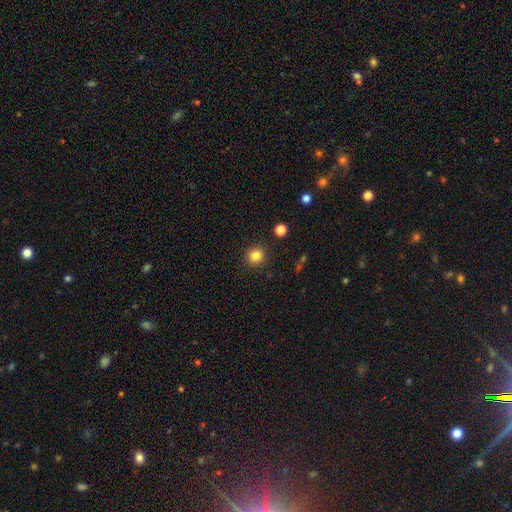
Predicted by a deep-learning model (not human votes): smooth-or-featured: smooth: 84% | star or artifact: 11% | featured or disk: 5%
  how-rounded: round: 91% | in between: 8% | cigar-shaped: 1%
  merging: none: 90% | minor disturbance: 6% | major disturbance: 2% | merger: 2%